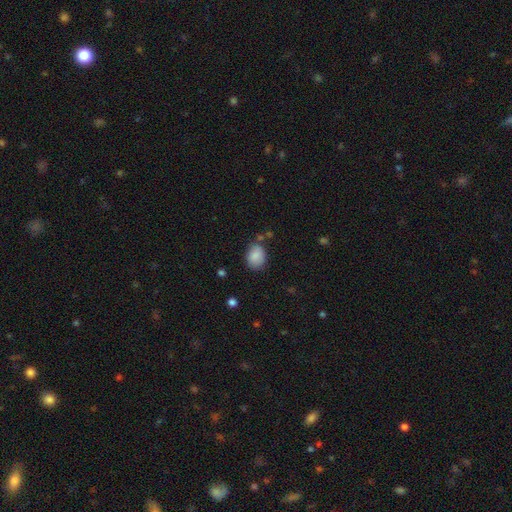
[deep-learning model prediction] smooth 86%, star or artifact 8%, featured or disk 6%. Down the decision tree: how rounded — in between (64%); merging — none (71%).